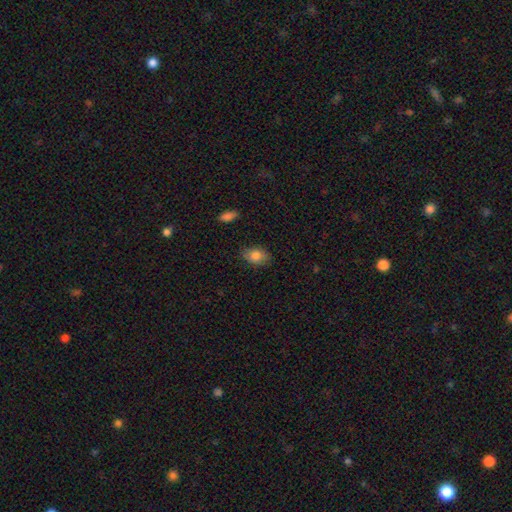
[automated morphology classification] Smooth or featured? Predicted: smooth (p=0.82). How rounded? Predicted: in between (p=0.79). Merging? Predicted: none (p=0.82).